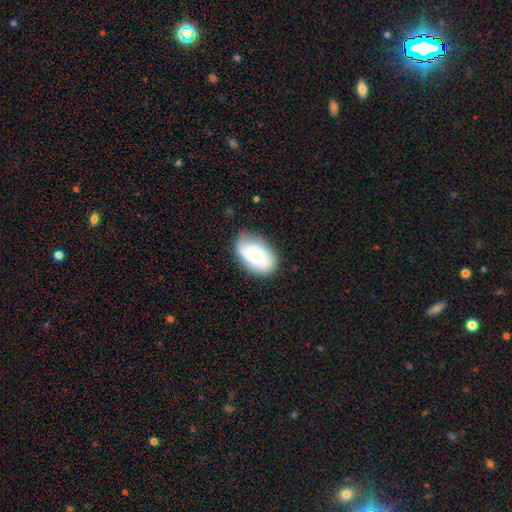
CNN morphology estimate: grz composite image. It shows a featured or disk galaxy (62%) with no bar (61%), 2 (50%) medium (43%) spiral arms (92%) and a moderate central bulge (45%). Merging: none (73%).